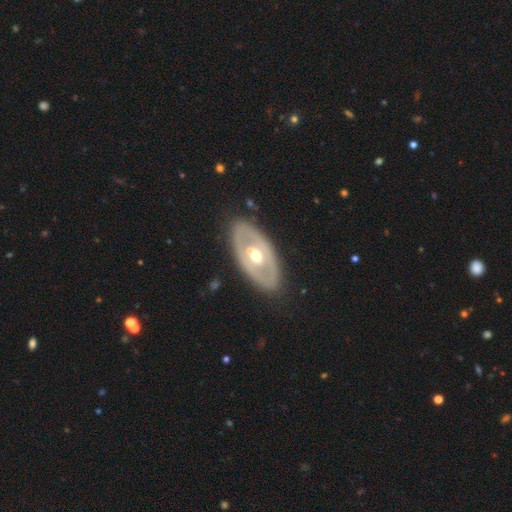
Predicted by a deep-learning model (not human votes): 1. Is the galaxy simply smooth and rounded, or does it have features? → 66% featured or disk, 30% smooth, 4% star or artifact.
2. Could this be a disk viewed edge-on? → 87% no, 13% yes.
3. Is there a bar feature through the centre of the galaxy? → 73% no, 18% weak, 9% strong.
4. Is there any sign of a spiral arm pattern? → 88% no, 12% yes.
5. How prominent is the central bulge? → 75% moderate, 14% small, 9% large, 1% dominant, 1% none.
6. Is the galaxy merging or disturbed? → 84% none, 11% minor disturbance, 3% major disturbance, 2% merger.